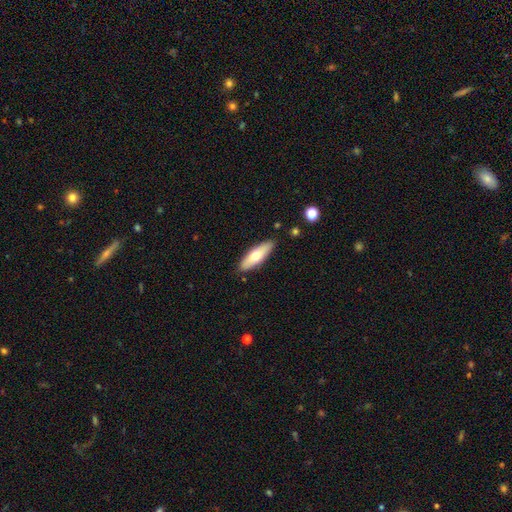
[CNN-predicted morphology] smooth-or-featured: smooth: 63% | featured or disk: 31% | star or artifact: 6%
  how-rounded: in between: 53% | cigar-shaped: 45% | round: 2%
  merging: none: 87% | minor disturbance: 10% | major disturbance: 2% | merger: 2%